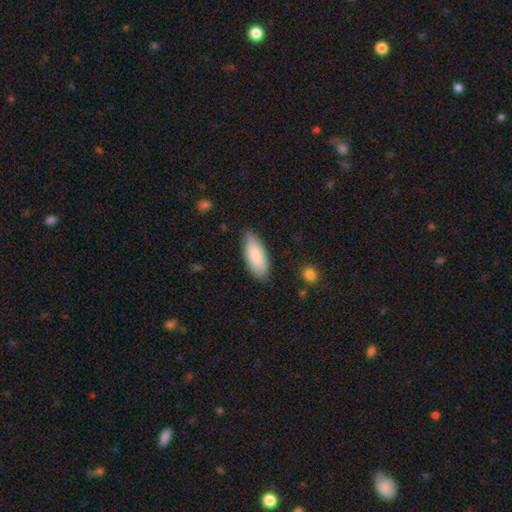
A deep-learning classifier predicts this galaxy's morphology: A smooth galaxy with no disk features (85%) that is in between round and cigar-shaped (81%).

Vote fractions:
- Smooth or featured? smooth: 85% / featured or disk: 9% / star or artifact: 6%
- How rounded? in between: 81% / cigar-shaped: 17% / round: 2%
- Merging? none: 84% / minor disturbance: 12% / major disturbance: 2% / merger: 1%